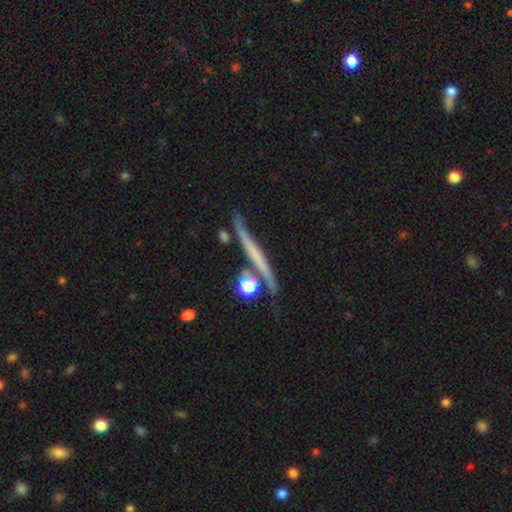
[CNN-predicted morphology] This appears to be a featured or disk galaxy (55%) viewed edge-on (91%) with no central bulge (84%). Merging: none (71%).